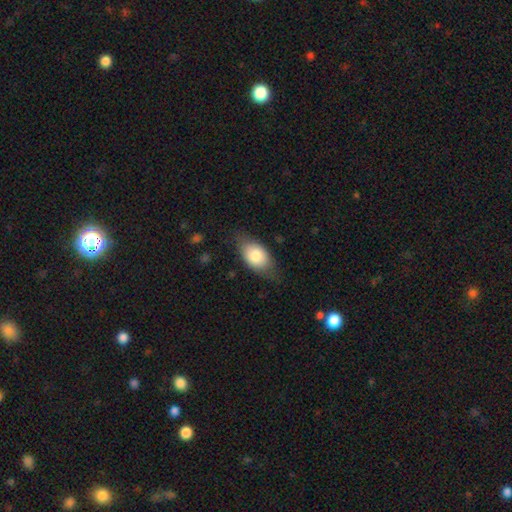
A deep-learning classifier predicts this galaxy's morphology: A smooth galaxy with no disk features (79%) that is in between round and cigar-shaped (87%). Merging: none (68%).